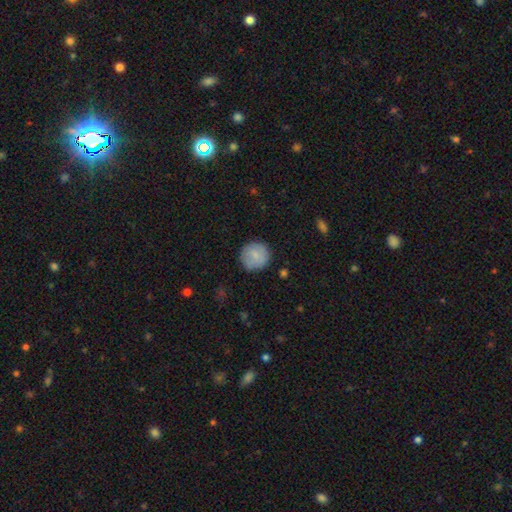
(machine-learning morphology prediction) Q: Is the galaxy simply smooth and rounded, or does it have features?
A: smooth — 80%.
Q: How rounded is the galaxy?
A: round — 94%.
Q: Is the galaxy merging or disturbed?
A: none — 85%.